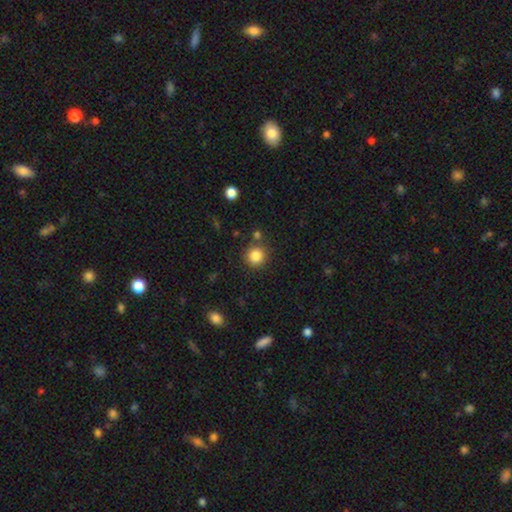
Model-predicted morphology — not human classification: Smooth or featured? smooth (84%)
How rounded? round (92%)
Merging? none (83%)